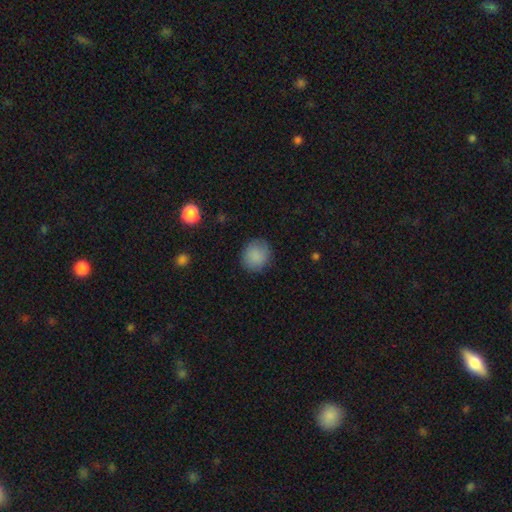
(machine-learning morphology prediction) This is clearly a smooth galaxy (87%). How rounded: clearly round (83%). Merging: clearly none (84%).